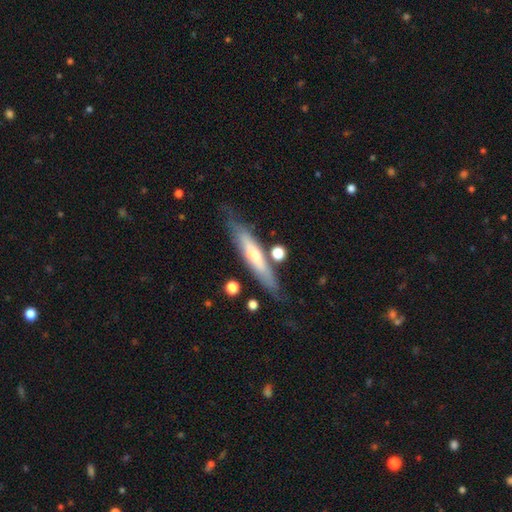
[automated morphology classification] The model was most divided on "smooth or featured": featured or disk: 57%, smooth: 36%, star or artifact: 7%. More confident: edge-on disk — yes (79%); merging — none (76%).